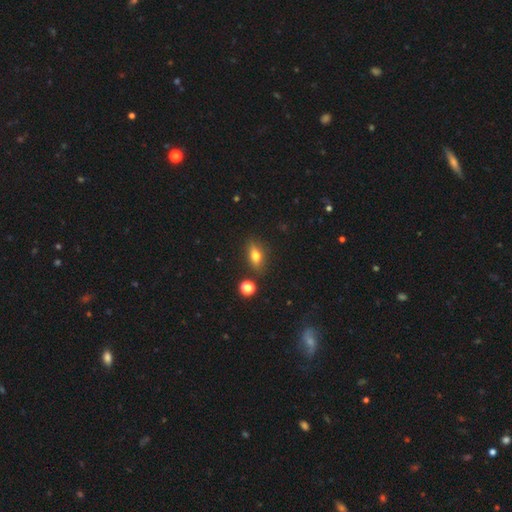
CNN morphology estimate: Overall: smooth (60%; featured or disk 29%). How rounded: in between (65%). Merging: none (83%).